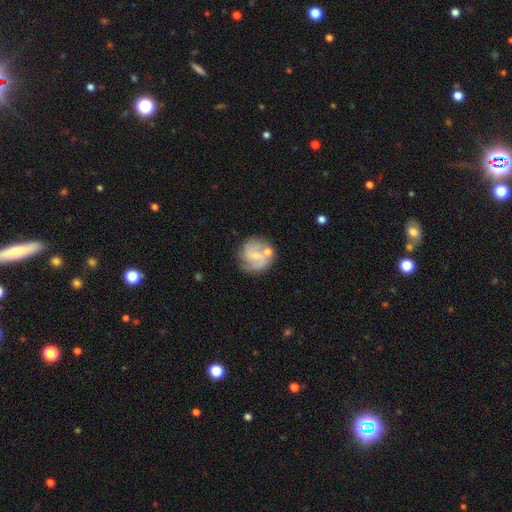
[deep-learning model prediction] smooth-or-featured: featured or disk: 71% | smooth: 22% | star or artifact: 7%
  disk-edge-on: no: 98% | yes: 2%
    bar: weak: 46% | no: 43% | strong: 10%
    has-spiral-arms: yes: 90% | no: 10%
      spiral-winding: medium: 49% | tight: 29% | loose: 22%
      spiral-arm-count: 2: 71% | can't tell: 12% | 3: 9% | 1: 4% | 4: 2% | more than 4: 2%
    bulge-size: small: 62% | moderate: 24% | none: 12% | large: 2% | dominant: 1%
  merging: none: 64% | minor disturbance: 17% | merger: 12% | major disturbance: 7%